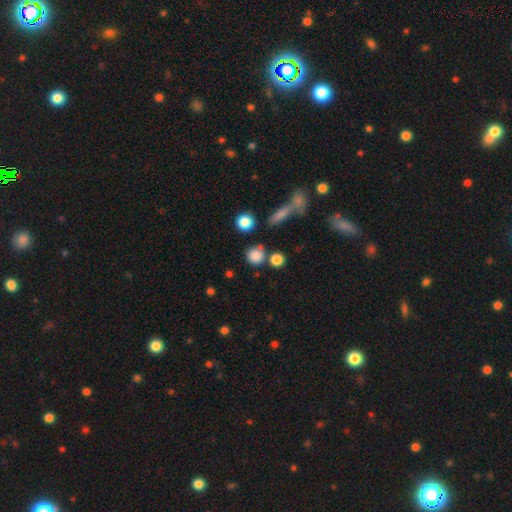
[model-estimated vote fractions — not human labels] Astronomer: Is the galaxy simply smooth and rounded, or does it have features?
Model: smooth — 82%.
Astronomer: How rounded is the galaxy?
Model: round — 88%.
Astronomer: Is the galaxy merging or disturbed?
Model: none — 70%.